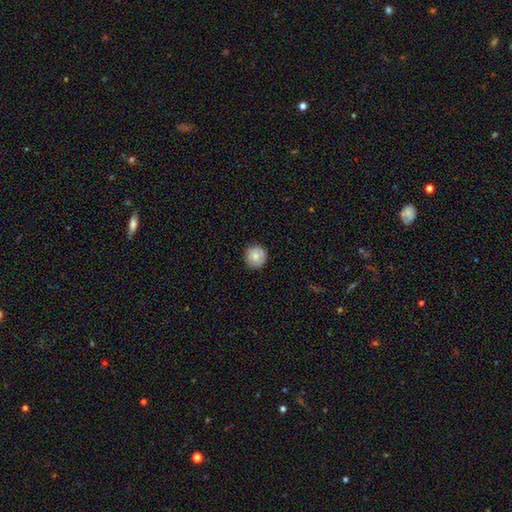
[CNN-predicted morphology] The model was most divided on "smooth or featured": smooth: 78%, featured or disk: 14%, star or artifact: 8%. More confident: how rounded — round (94%); merging — none (85%).